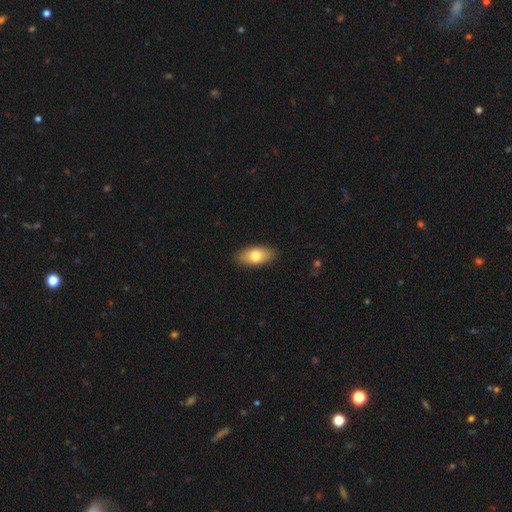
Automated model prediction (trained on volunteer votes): Smooth or featured: smooth — 75% (featured or disk — 18%)
How rounded: in between — 88% (cigar-shaped — 7%)
Merging: none — 88% (minor disturbance — 9%)